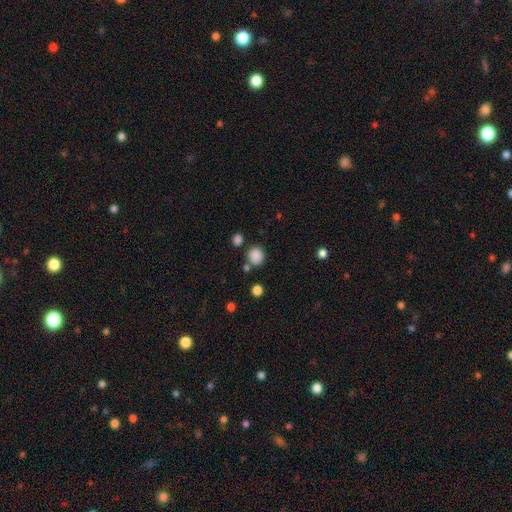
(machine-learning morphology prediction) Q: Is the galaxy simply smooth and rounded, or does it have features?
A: smooth — 85%.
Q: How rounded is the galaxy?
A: round — 79%.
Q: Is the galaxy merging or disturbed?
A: none — 76%.